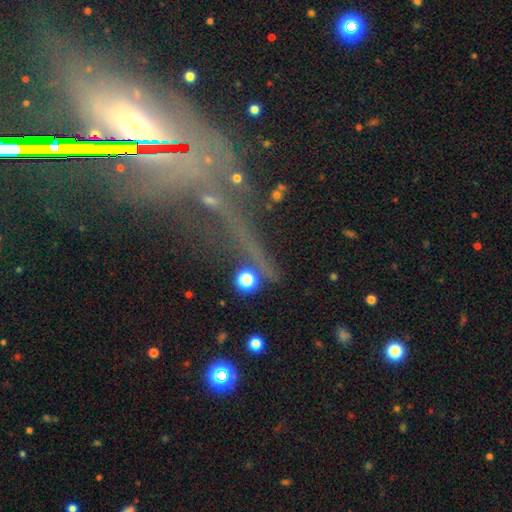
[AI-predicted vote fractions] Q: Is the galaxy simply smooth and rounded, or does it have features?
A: star or artifact — 52%.